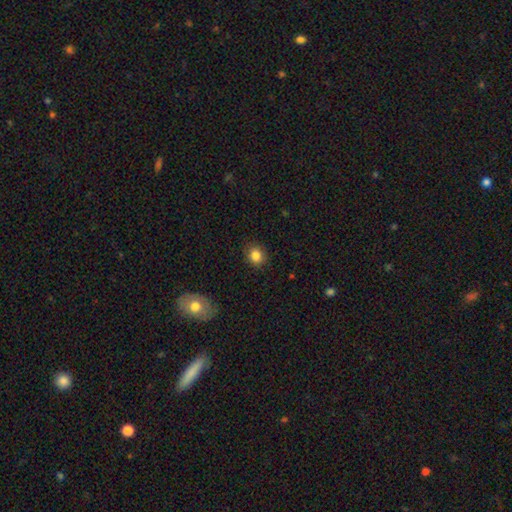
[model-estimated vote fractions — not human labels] Smooth or featured: smooth — 84% (star or artifact — 10%)
How rounded: round — 73% (in between — 26%)
Merging: none — 87% (minor disturbance — 10%)